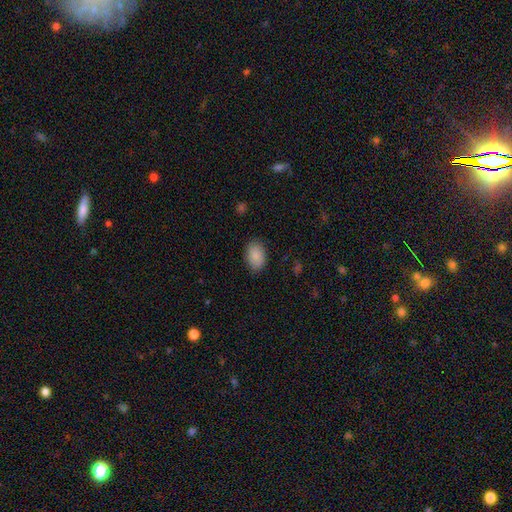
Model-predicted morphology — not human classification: smooth 88%, star or artifact 7%, featured or disk 5%. Down the decision tree: how rounded — in between (87%); merging — none (85%).